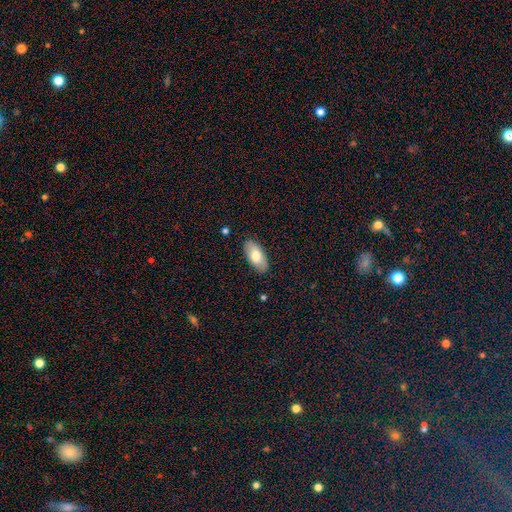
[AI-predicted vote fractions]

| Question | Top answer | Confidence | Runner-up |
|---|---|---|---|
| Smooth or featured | smooth | 73% | featured or disk (21%) |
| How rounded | in between | 93% | cigar-shaped (5%) |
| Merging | none | 87% | minor disturbance (10%) |